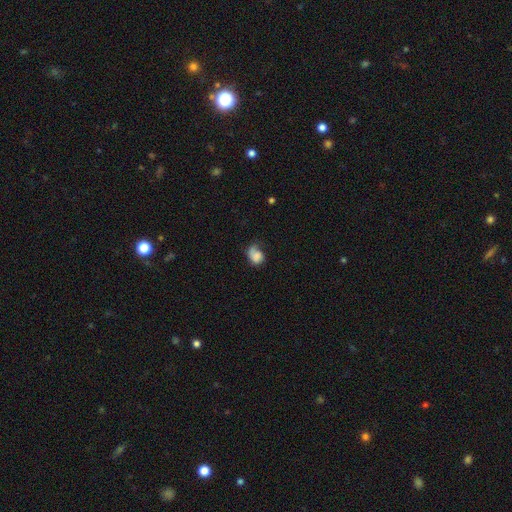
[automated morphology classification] Smooth or featured?
  - smooth: 65% *
  - featured or disk: 25%
  - star or artifact: 10%
How rounded?
  - in between: 67% *
  - round: 32%
  - cigar-shaped: 1%
Merging?
  - none: 34% *
  - minor disturbance: 31%
  - major disturbance: 29%
  - merger: 5%